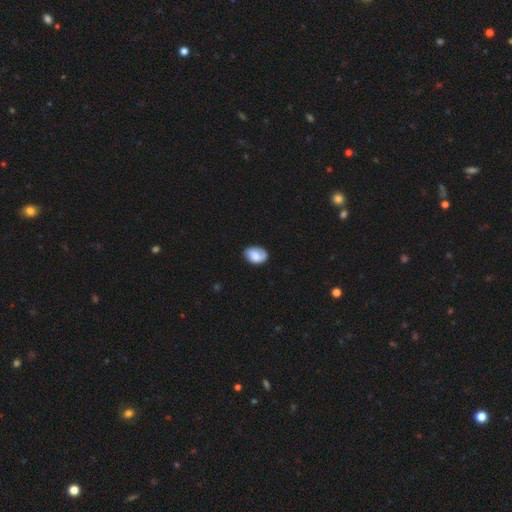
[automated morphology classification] Q: Smooth or featured?
A: smooth (70%); runner-up: featured or disk (23%)
Q: How rounded?
A: in between (80%); runner-up: round (19%)
Q: Merging?
A: none (68%); runner-up: minor disturbance (24%)